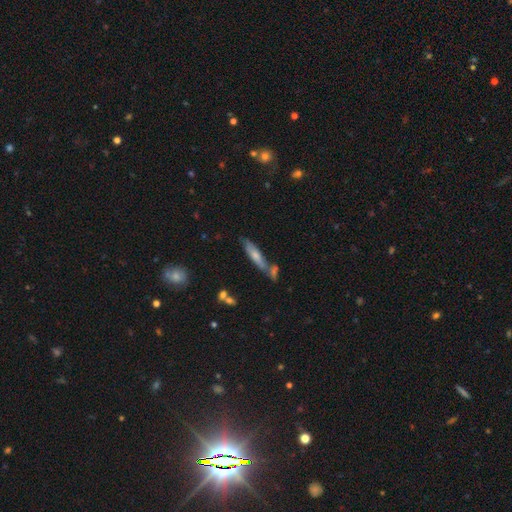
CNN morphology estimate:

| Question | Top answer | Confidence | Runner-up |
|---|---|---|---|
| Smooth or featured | smooth | 58% | featured or disk (35%) |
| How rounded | cigar-shaped | 77% | in between (21%) |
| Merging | none | 54% | merger (24%) |